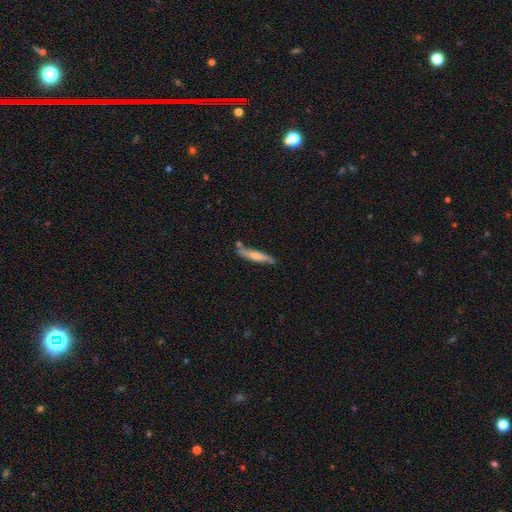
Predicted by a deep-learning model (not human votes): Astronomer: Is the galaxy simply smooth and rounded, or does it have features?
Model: smooth — 55% (runner-up: featured or disk, 39%).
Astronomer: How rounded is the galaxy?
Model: cigar-shaped — 89%.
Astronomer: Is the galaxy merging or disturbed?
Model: none — 72%.